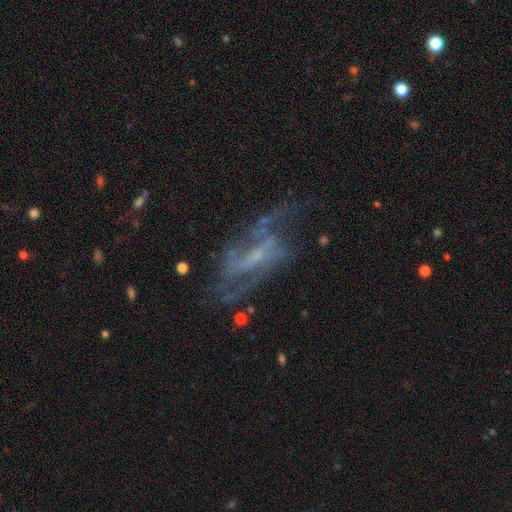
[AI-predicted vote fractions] Smooth or featured? featured or disk (78%)
Edge-on disk? no (90%)
Bar? weak (42%)
Spiral arms? yes (77%)
Spiral winding? loose (45%)
Spiral arm count? 2 (53%)
Bulge size? small (56%)
Merging? none (51%)